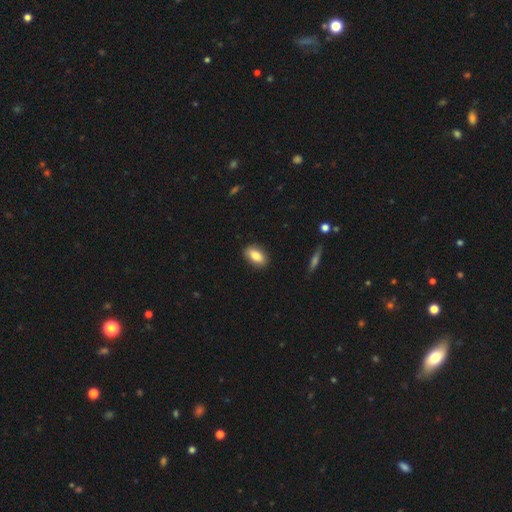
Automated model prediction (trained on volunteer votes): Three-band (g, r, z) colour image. It shows a smooth galaxy with no disk features (84%) that is in between round and cigar-shaped (90%). Merging: none (88%).